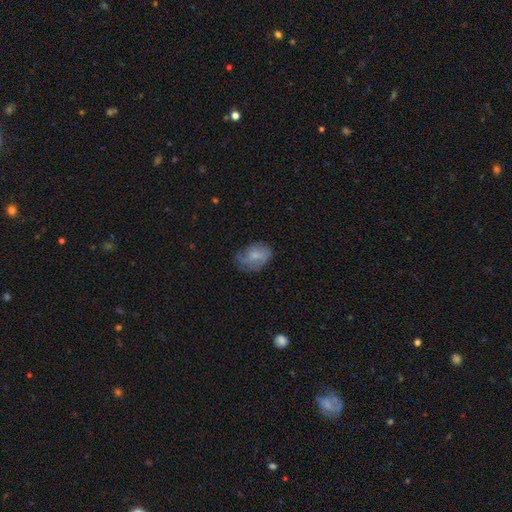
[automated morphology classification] A smooth galaxy with no disk features (58%) that is in between round and cigar-shaped (80%).

Vote fractions:
- Smooth or featured? smooth: 58% / featured or disk: 33% / star or artifact: 8%
- How rounded? in between: 80% / round: 19% / cigar-shaped: 2%
- Merging? none: 57% / minor disturbance: 29% / major disturbance: 13% / merger: 1%